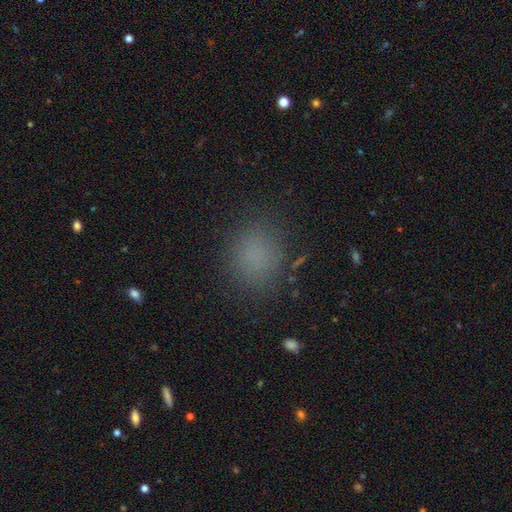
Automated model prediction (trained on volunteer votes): A smooth galaxy with no disk features (78%) that is round (72%). Merging: none (84%).